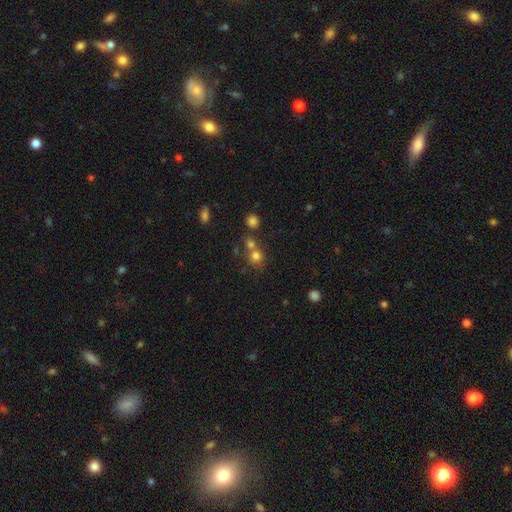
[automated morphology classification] type=smooth (74%); roundness=round (85%); merging=none (51%).